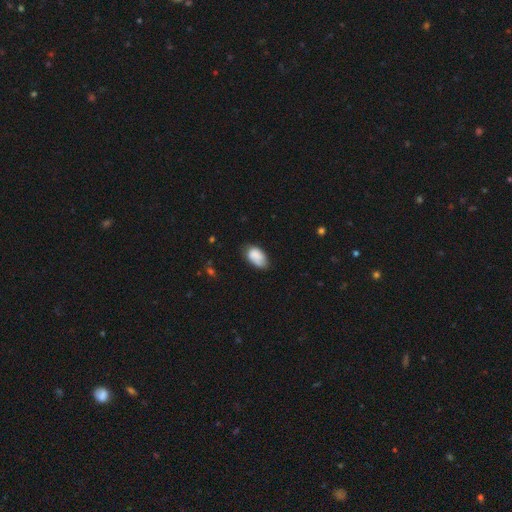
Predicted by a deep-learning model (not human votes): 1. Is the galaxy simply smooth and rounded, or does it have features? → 82% smooth, 11% featured or disk, 7% star or artifact.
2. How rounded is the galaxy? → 93% in between, 6% round, 2% cigar-shaped.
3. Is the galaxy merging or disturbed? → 57% none, 33% minor disturbance, 8% major disturbance, 2% merger.